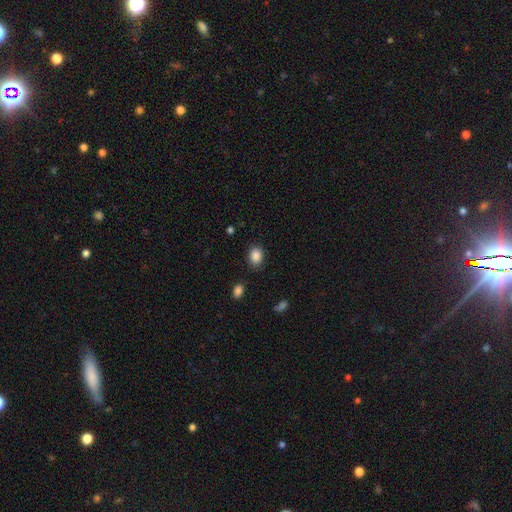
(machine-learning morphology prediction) smooth-or-featured: smooth: 87% | star or artifact: 9% | featured or disk: 4%
  how-rounded: in between: 62% | round: 37% | cigar-shaped: 1%
  merging: none: 81% | minor disturbance: 14% | major disturbance: 3% | merger: 2%